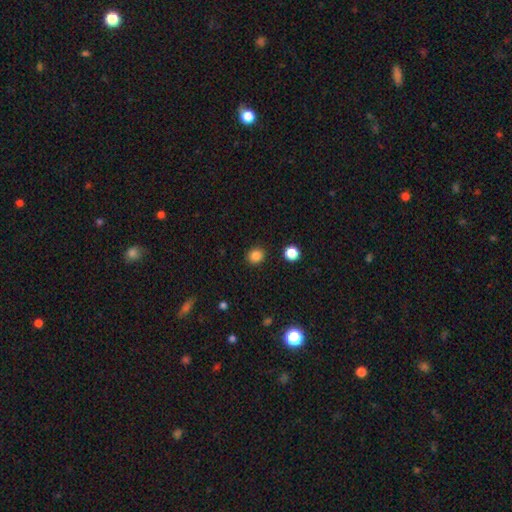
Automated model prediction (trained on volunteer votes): Overall: smooth (85%). How rounded: round (85%). Merging: none (91%).